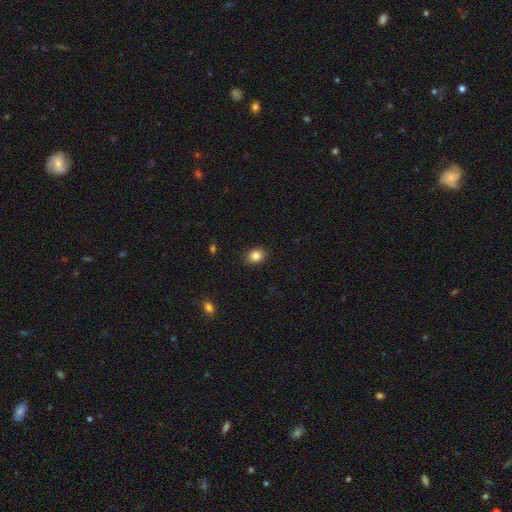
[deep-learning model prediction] This is clearly a smooth galaxy (85%). How rounded: possibly in between (51%). Merging: clearly none (88%).